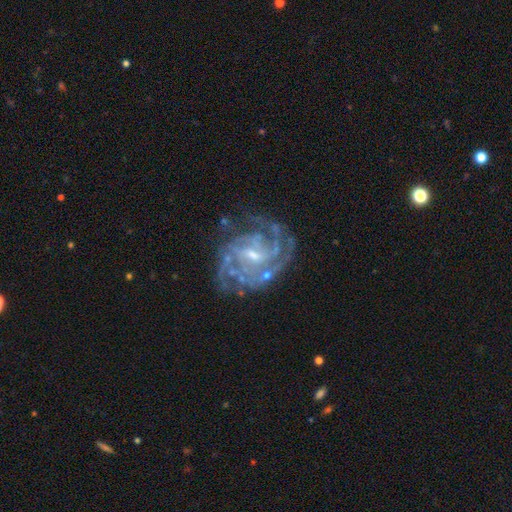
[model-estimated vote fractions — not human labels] The model was most divided on "spiral arm count" (2-way tie): can't tell: 24%, 4: 24%, 3: 21%, 2: 15%, more than 4: 9%, 1: 7%. More confident: edge-on disk — no (98%); spiral arms — yes (97%); smooth or featured — featured or disk (88%); merging — none (70%); bulge size — small (62%); spiral winding — tight (62%); bar — weak (54%).